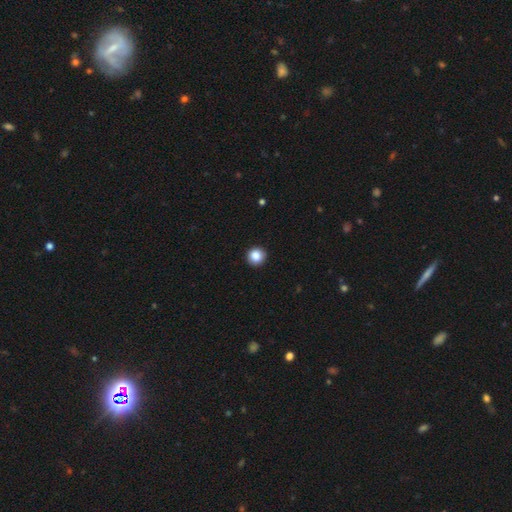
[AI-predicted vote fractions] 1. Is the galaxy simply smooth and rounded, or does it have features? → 87% smooth, 10% star or artifact, 3% featured or disk.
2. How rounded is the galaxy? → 95% round, 4% in between, 1% cigar-shaped.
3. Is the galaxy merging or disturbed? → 93% none, 5% minor disturbance, 1% major disturbance, 1% merger.